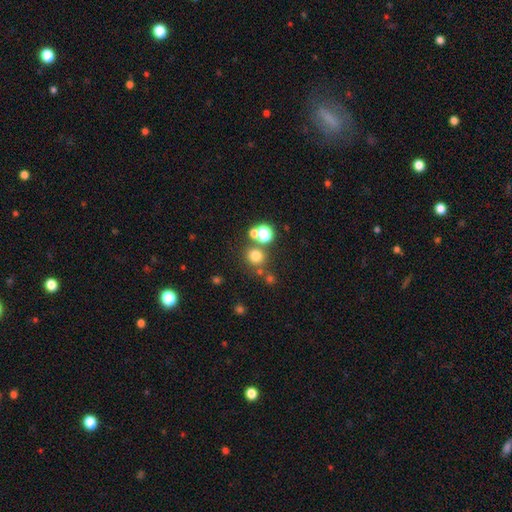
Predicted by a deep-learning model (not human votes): smooth-or-featured: smooth: 71% | star or artifact: 20% | featured or disk: 8%
  how-rounded: round: 89% | in between: 10% | cigar-shaped: 1%
  merging: none: 70% | merger: 17% | minor disturbance: 8% | major disturbance: 4%